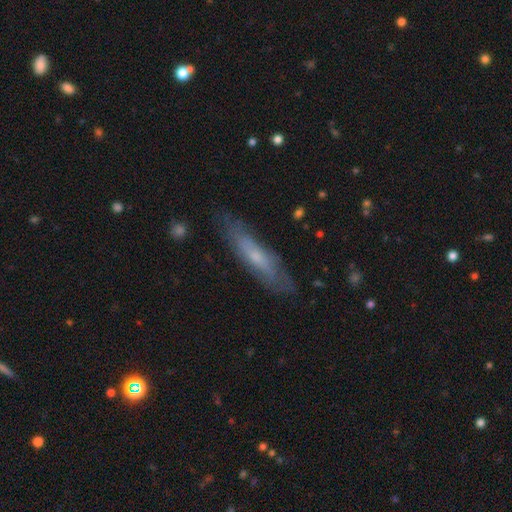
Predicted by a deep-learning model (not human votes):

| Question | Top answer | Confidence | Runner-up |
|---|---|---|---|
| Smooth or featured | featured or disk | 48% | smooth (46%) |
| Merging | none | 79% | minor disturbance (16%) |